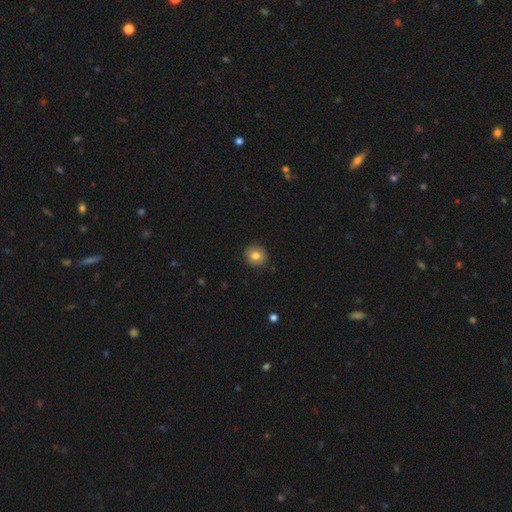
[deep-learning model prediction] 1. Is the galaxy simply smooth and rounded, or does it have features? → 81% smooth, 9% featured or disk, 9% star or artifact.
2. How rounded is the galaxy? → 86% round, 14% in between, 1% cigar-shaped.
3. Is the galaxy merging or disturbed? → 89% none, 8% minor disturbance, 2% major disturbance, 1% merger.